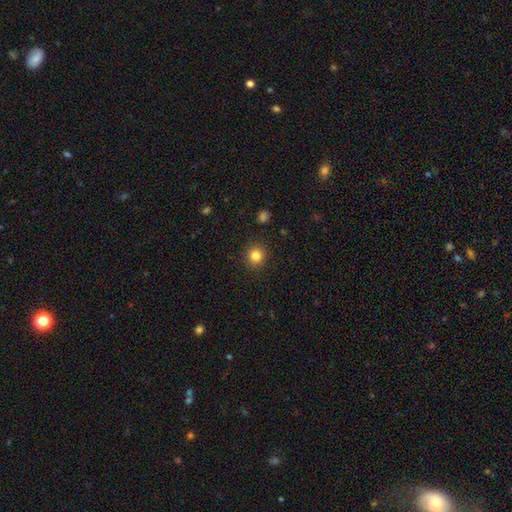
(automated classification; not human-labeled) Overall: smooth (83%). How rounded: round (92%). Merging: none (91%).